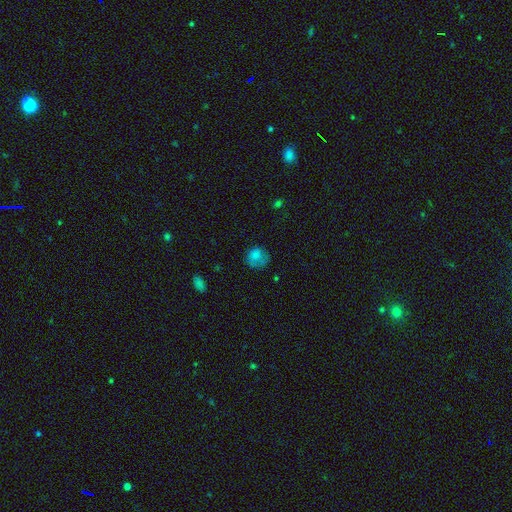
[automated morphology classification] This appears to be a smooth galaxy with no disk features (77%) that is round (79%). Merging: none (58%).